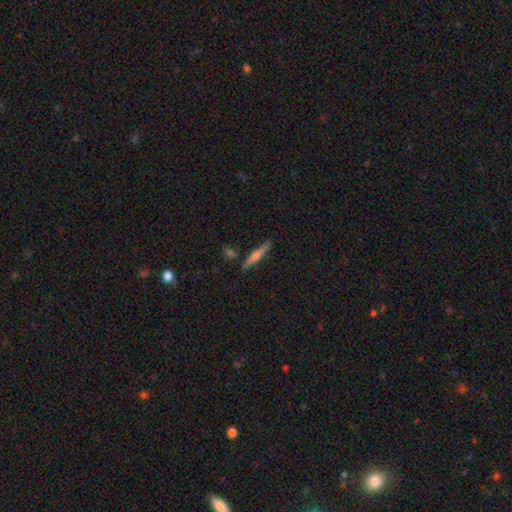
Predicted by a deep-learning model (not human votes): Q: Smooth or featured?
A: featured or disk (50%); runner-up: smooth (43%)
Q: Merging?
A: none (85%); runner-up: minor disturbance (10%)